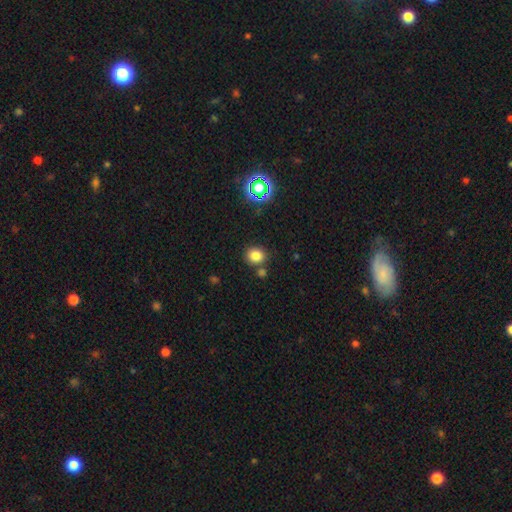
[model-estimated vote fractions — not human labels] Q: Smooth or featured?
A: smooth (80%); runner-up: star or artifact (14%)
Q: How rounded?
A: round (77%); runner-up: in between (23%)
Q: Merging?
A: none (76%); runner-up: merger (11%)